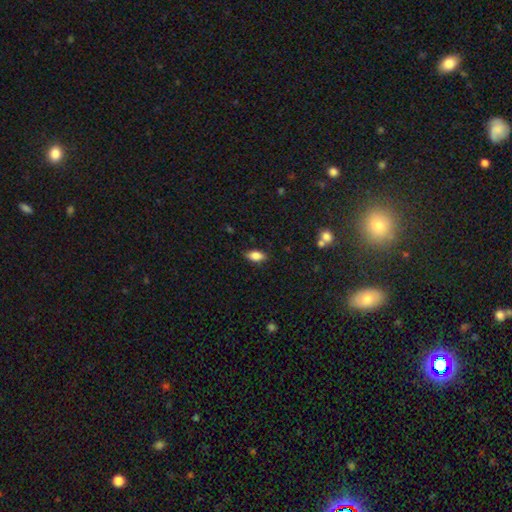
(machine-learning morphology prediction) Smooth or featured? smooth (84%)
How rounded? in between (89%)
Merging? none (86%)